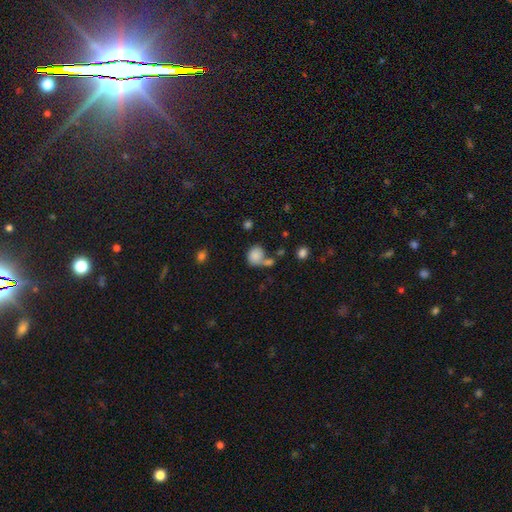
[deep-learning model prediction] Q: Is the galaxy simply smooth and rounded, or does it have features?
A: smooth — 82%.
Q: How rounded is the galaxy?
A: round — 55%.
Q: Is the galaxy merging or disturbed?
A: none — 41%.